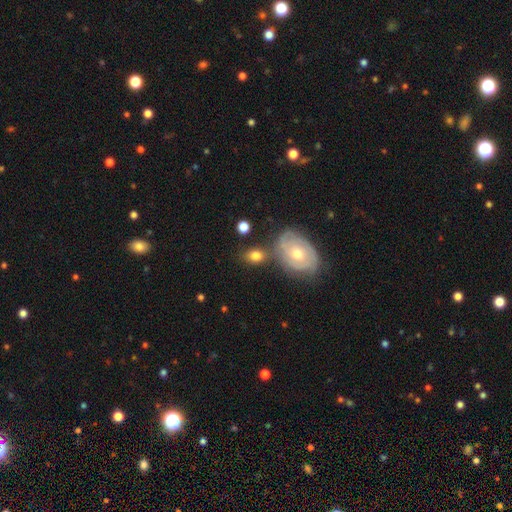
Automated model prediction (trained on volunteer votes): smooth_or_featured: smooth (p=0.67) [alt: featured or disk p=0.24]
how_rounded: in between (p=0.68) [alt: round p=0.29]
merging: none (p=0.59) [alt: merger p=0.18]